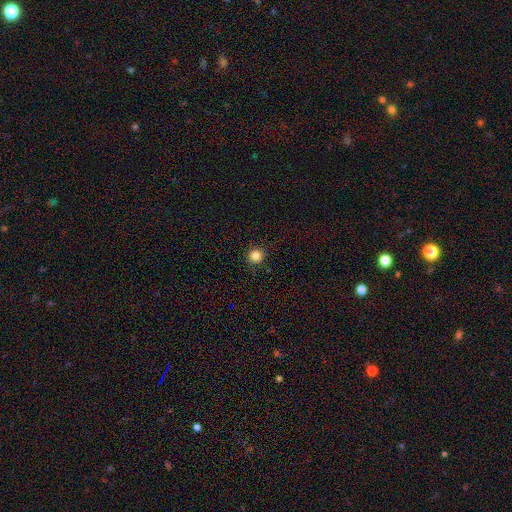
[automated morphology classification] Smooth or featured: smooth — 84% (star or artifact — 12%)
How rounded: round — 95% (in between — 4%)
Merging: none — 91% (minor disturbance — 6%)